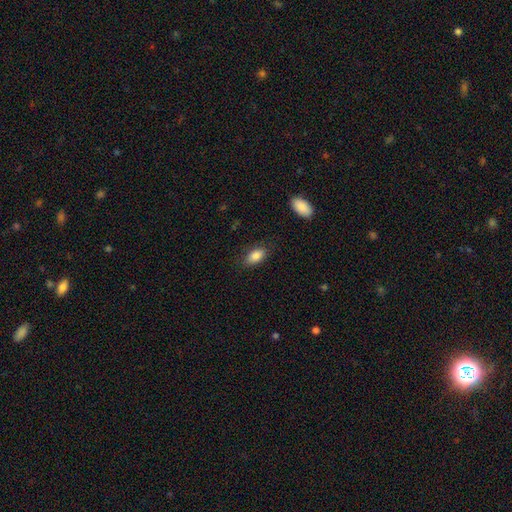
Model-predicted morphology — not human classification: Q: Smooth or featured?
A: smooth (86%); runner-up: star or artifact (7%)
Q: How rounded?
A: in between (91%); runner-up: round (5%)
Q: Merging?
A: none (82%); runner-up: minor disturbance (13%)